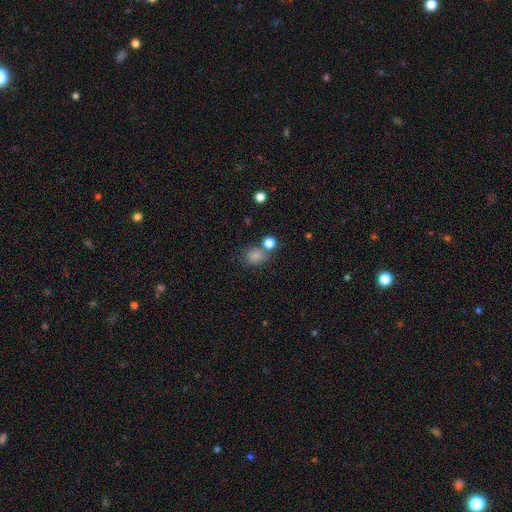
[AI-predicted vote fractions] Smooth or featured: smooth — 81% (star or artifact — 13%)
How rounded: round — 62% (in between — 37%)
Merging: none — 64% (merger — 18%)